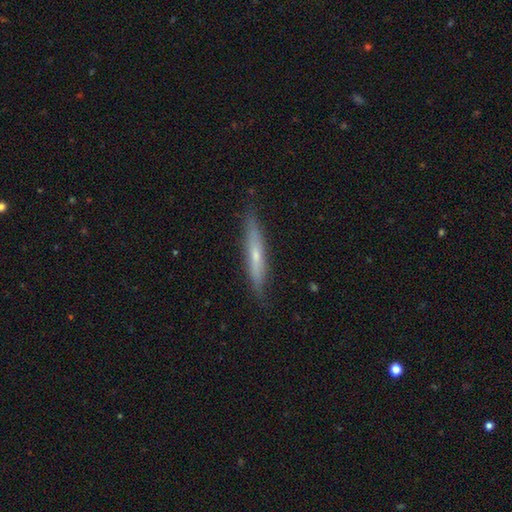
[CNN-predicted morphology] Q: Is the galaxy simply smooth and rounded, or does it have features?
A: featured or disk — 51%.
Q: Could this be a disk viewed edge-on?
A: yes — 90%.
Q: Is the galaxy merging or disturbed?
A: none — 84%.